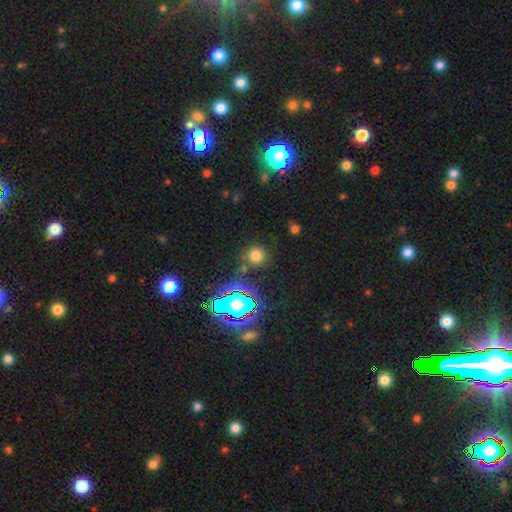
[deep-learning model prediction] Smooth or featured? Predicted: smooth (p=0.67). How rounded? Predicted: round (p=0.92). Merging? Predicted: none (p=0.82).